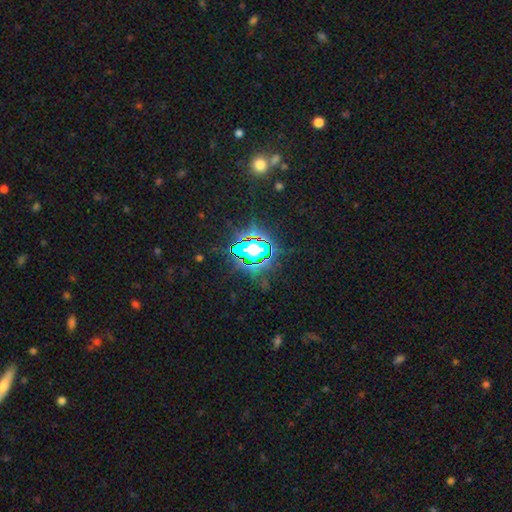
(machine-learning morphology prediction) Overall: star or artifact (76%).